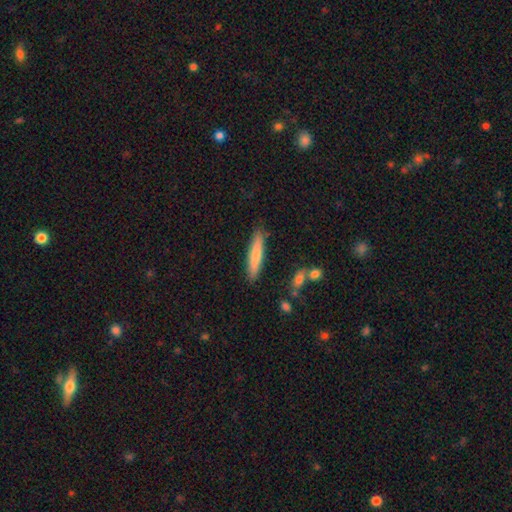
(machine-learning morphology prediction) Smooth or featured: smooth — 73% (featured or disk — 21%)
How rounded: cigar-shaped — 87% (in between — 11%)
Merging: none — 87% (minor disturbance — 9%)